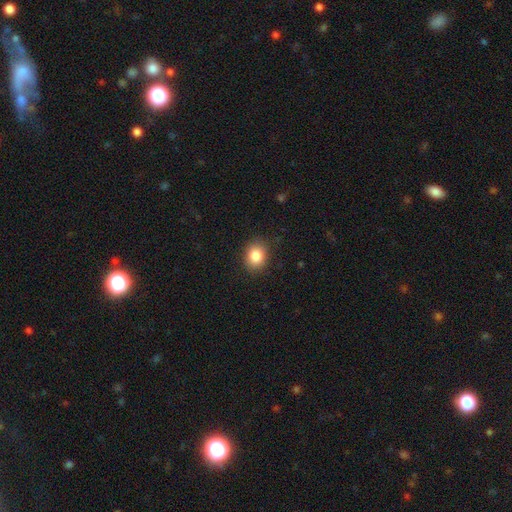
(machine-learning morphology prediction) A smooth galaxy with no disk features (84%) that is round (56%).

Vote fractions:
- Smooth or featured? smooth: 84% / star or artifact: 10% / featured or disk: 6%
- How rounded? round: 56% / in between: 43% / cigar-shaped: 1%
- Merging? none: 85% / minor disturbance: 11% / major disturbance: 3% / merger: 1%